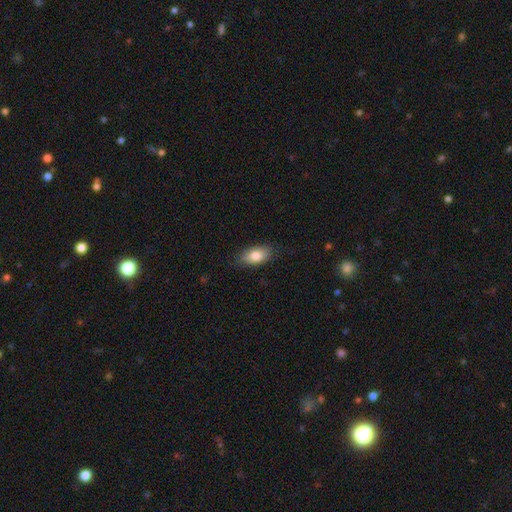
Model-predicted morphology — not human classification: A smooth galaxy with no disk features (83%) that is in between round and cigar-shaped (90%). Merging: none (84%).